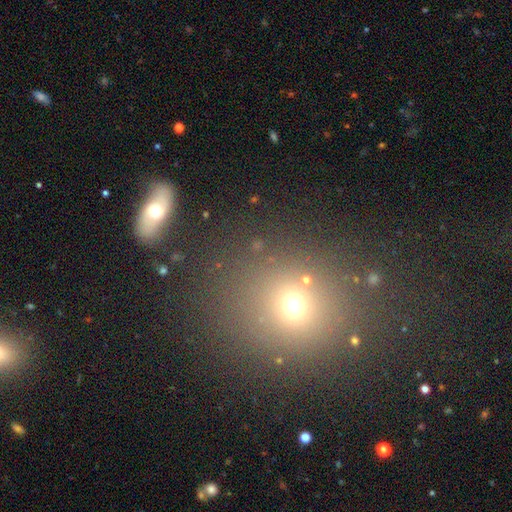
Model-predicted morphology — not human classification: Smooth or featured: smooth — 56% (star or artifact — 31%)
How rounded: round — 74% (in between — 24%)
Merging: none — 76% (minor disturbance — 11%)